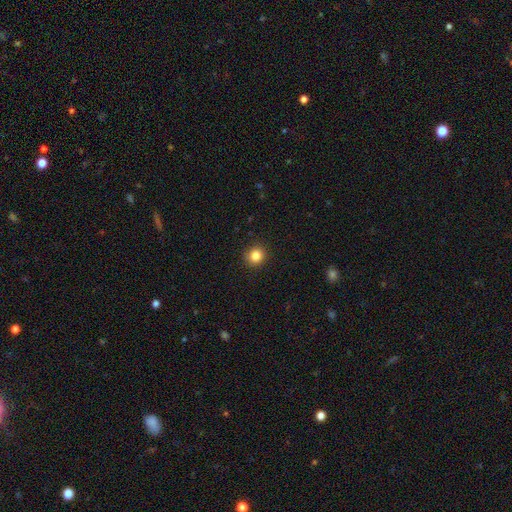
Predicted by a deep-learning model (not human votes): smooth-or-featured: smooth: 84% | star or artifact: 11% | featured or disk: 5%
  how-rounded: round: 89% | in between: 10% | cigar-shaped: 1%
  merging: none: 92% | minor disturbance: 6% | major disturbance: 2% | merger: 1%